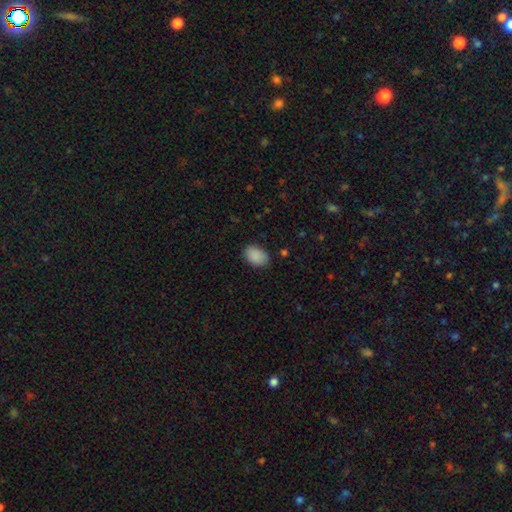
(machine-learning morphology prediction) A smooth galaxy with no disk features (89%) that is in between round and cigar-shaped (83%).

Vote fractions:
- Smooth or featured? smooth: 89% / star or artifact: 7% / featured or disk: 3%
- How rounded? in between: 83% / round: 16% / cigar-shaped: 1%
- Merging? none: 82% / minor disturbance: 14% / major disturbance: 3% / merger: 1%